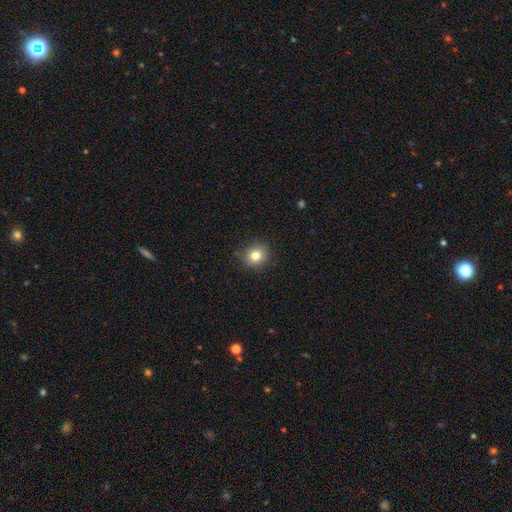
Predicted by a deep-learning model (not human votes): Smooth or featured?
  - smooth: 80% *
  - star or artifact: 12%
  - featured or disk: 9%
How rounded?
  - round: 84% *
  - in between: 15%
  - cigar-shaped: 1%
Merging?
  - none: 85% *
  - minor disturbance: 11%
  - major disturbance: 2%
  - merger: 1%